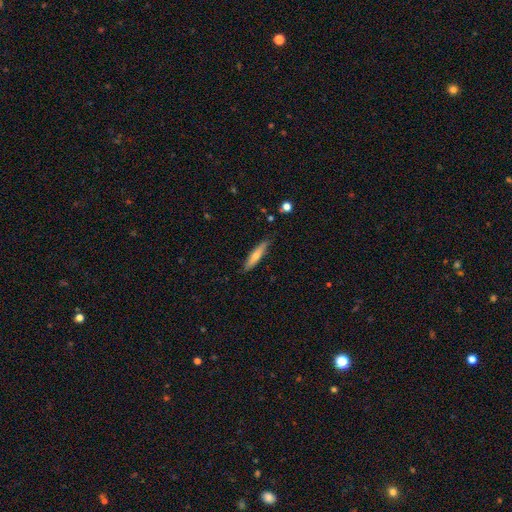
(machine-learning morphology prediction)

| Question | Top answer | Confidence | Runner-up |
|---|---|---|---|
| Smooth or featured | smooth | 63% | featured or disk (31%) |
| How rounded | cigar-shaped | 86% | in between (13%) |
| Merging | none | 84% | minor disturbance (12%) |